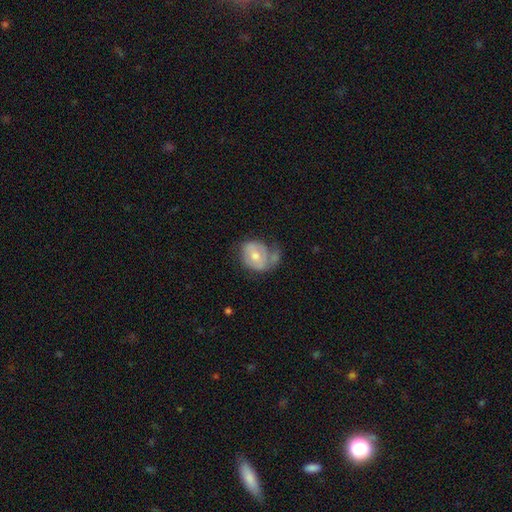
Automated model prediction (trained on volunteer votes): This appears to be a smooth galaxy with no disk features (48%). Merging: none (35%).